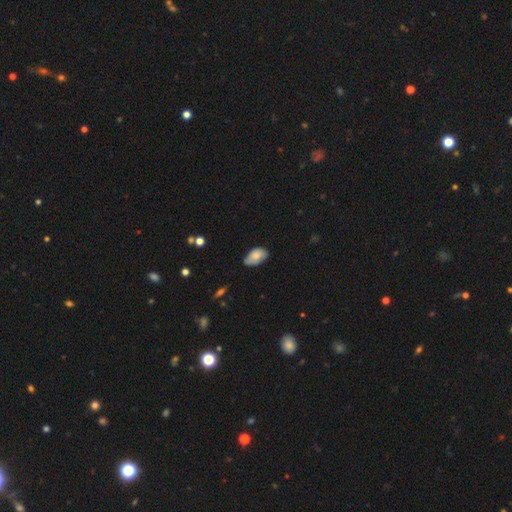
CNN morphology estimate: smooth 77%, featured or disk 15%, star or artifact 7%. Down the decision tree: how rounded — in between (94%); merging — none (63%).